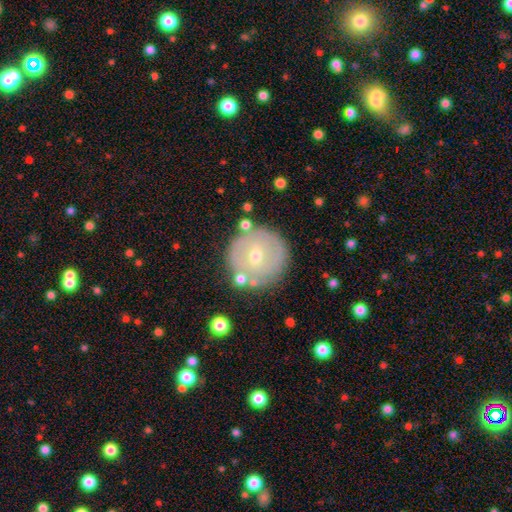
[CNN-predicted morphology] smooth 49%, featured or disk 41%, star or artifact 9%. Down the decision tree: merging — none (79%).